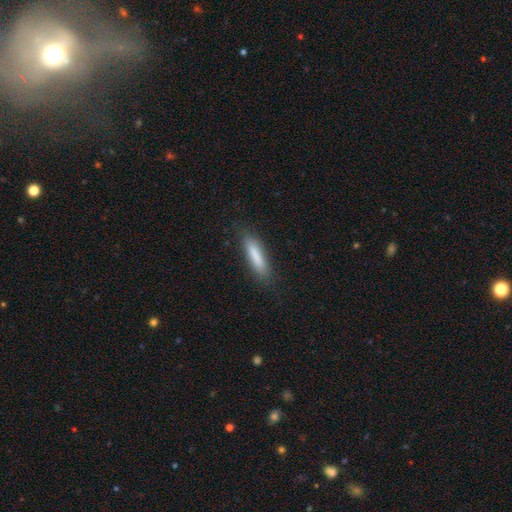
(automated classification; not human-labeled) Morphology: type=smooth (82%); roundness=cigar-shaped (79%); merging=none (85%).